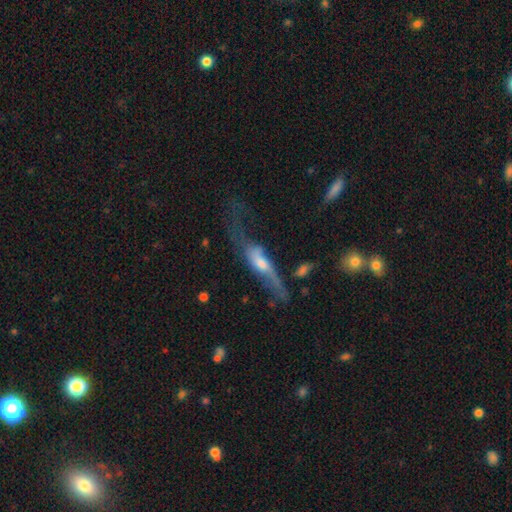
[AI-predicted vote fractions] A featured or disk galaxy (63%). Merging: major disturbance (42%).